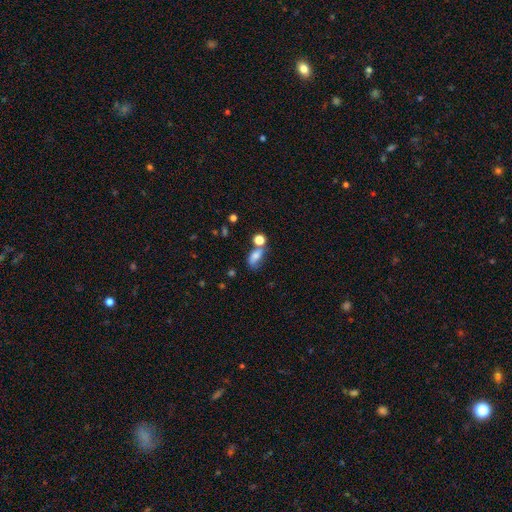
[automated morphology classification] Smooth or featured? smooth (71%)
How rounded? in between (77%)
Merging? none (41%)